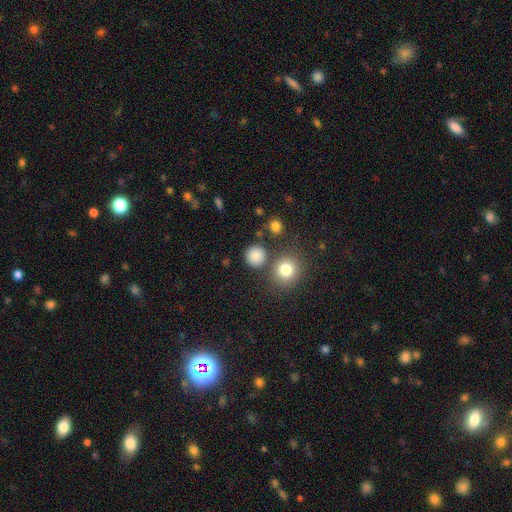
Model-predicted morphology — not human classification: A smooth galaxy with no disk features (84%) that is round (91%).

Vote fractions:
- Smooth or featured? smooth: 84% / star or artifact: 12% / featured or disk: 5%
- How rounded? round: 91% / in between: 8% / cigar-shaped: 1%
- Merging? none: 81% / minor disturbance: 8% / merger: 7% / major disturbance: 3%